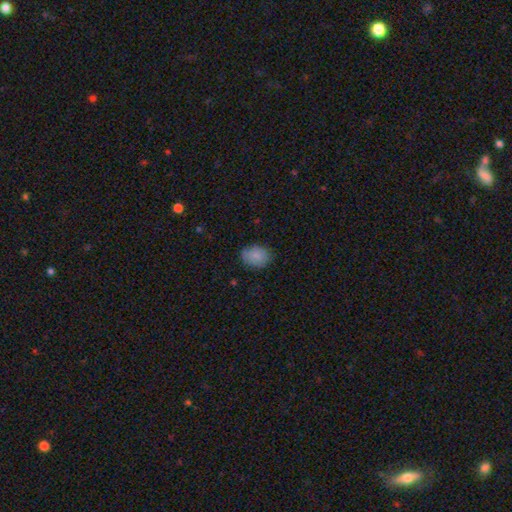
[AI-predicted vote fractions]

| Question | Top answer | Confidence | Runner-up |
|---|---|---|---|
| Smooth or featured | smooth | 85% | star or artifact (7%) |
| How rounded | in between | 61% | round (38%) |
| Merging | none | 79% | minor disturbance (16%) |